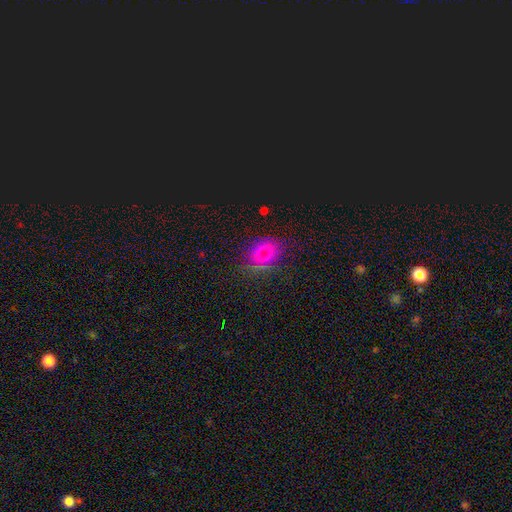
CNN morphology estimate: Smooth or featured: smooth — 69% (star or artifact — 20%)
How rounded: in between — 54% (round — 45%)
Merging: none — 78% (minor disturbance — 15%)